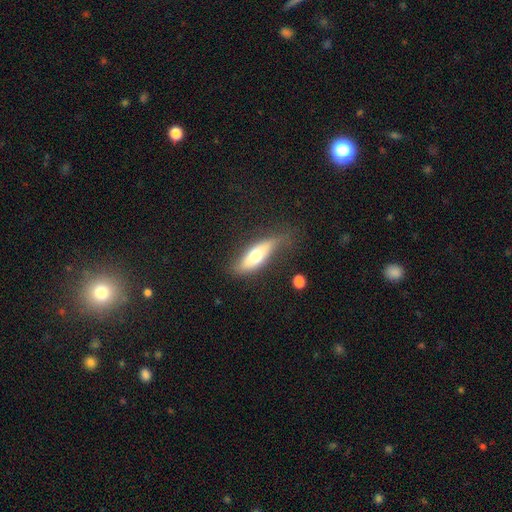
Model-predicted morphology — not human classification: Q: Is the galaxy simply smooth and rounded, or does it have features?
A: smooth — 61%.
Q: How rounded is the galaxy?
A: in between — 56%.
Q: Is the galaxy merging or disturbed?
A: none — 56%.